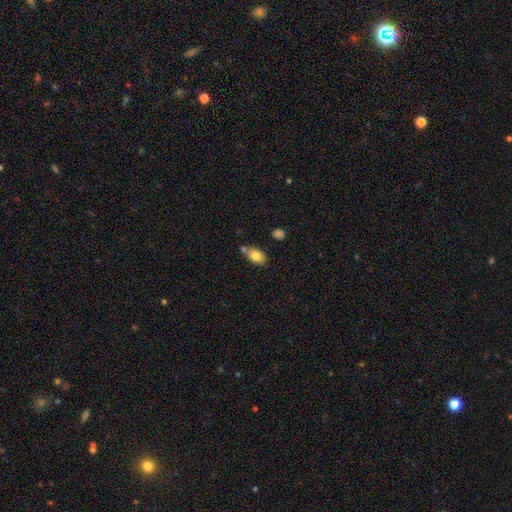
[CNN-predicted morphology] Smooth or featured? smooth (81%)
How rounded? in between (85%)
Merging? none (61%)